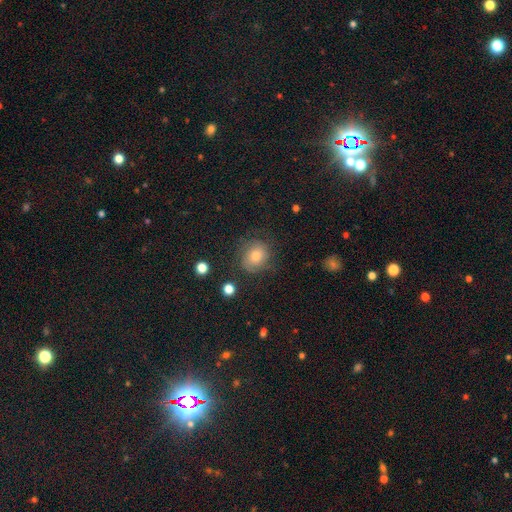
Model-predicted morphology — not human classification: smooth-or-featured: smooth: 44% | featured or disk: 40% | star or artifact: 16%
  merging: none: 71% | minor disturbance: 18% | major disturbance: 9% | merger: 2%